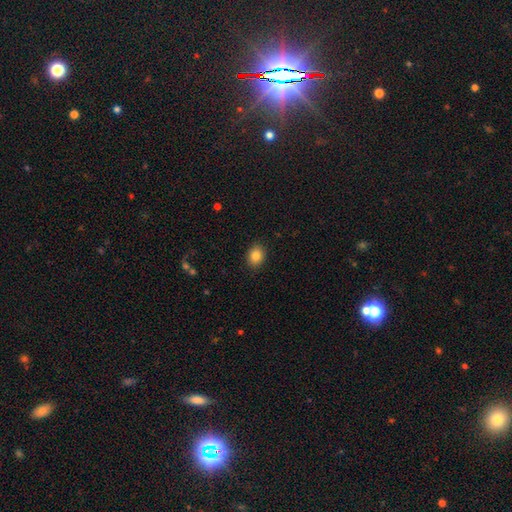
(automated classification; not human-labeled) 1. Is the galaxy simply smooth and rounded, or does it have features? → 85% smooth, 9% star or artifact, 6% featured or disk.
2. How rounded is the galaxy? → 52% in between, 47% round, 1% cigar-shaped.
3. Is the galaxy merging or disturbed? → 90% none, 7% minor disturbance, 2% major disturbance, 1% merger.